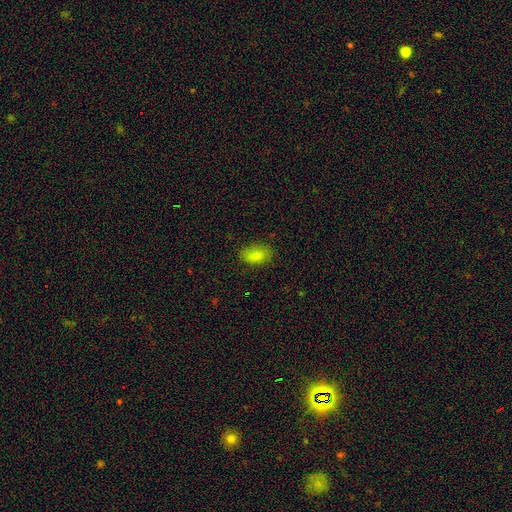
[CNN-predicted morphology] Overall: smooth (84%). How rounded: in between (90%). Merging: none (77%).